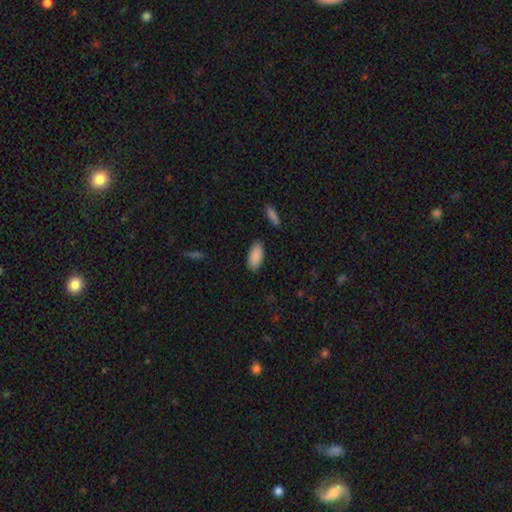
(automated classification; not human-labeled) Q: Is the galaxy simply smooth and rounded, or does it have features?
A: smooth — 89%.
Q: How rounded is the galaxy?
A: in between — 92%.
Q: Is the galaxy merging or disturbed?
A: none — 85%.